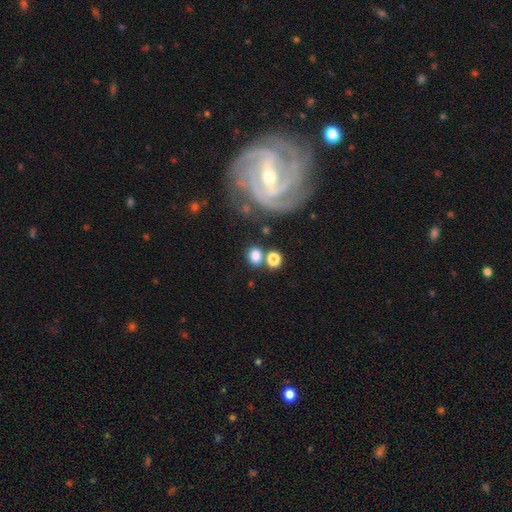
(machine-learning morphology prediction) Q: Smooth or featured?
A: smooth (78%); runner-up: featured or disk (12%)
Q: How rounded?
A: round (52%); runner-up: in between (47%)
Q: Merging?
A: none (63%); runner-up: merger (17%)